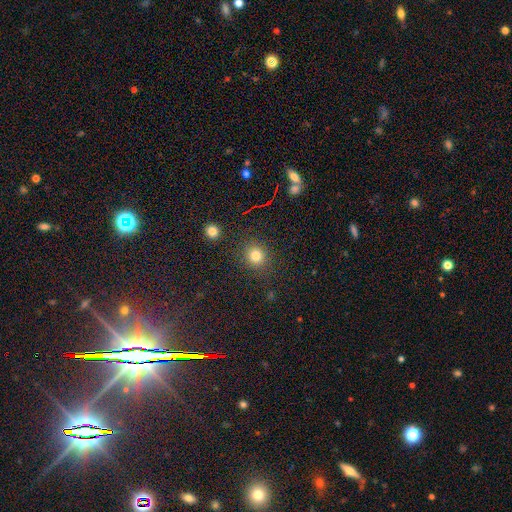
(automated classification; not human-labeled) Smooth or featured? smooth (80%)
How rounded? round (86%)
Merging? none (87%)